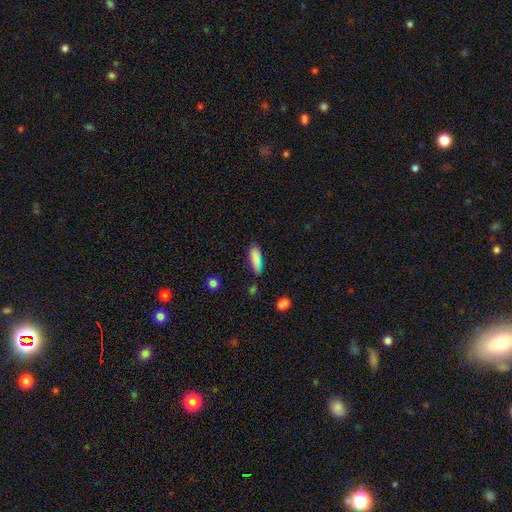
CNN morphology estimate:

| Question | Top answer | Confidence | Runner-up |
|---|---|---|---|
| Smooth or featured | smooth | 82% | star or artifact (9%) |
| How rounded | cigar-shaped | 50% | in between (48%) |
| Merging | none | 70% | minor disturbance (21%) |